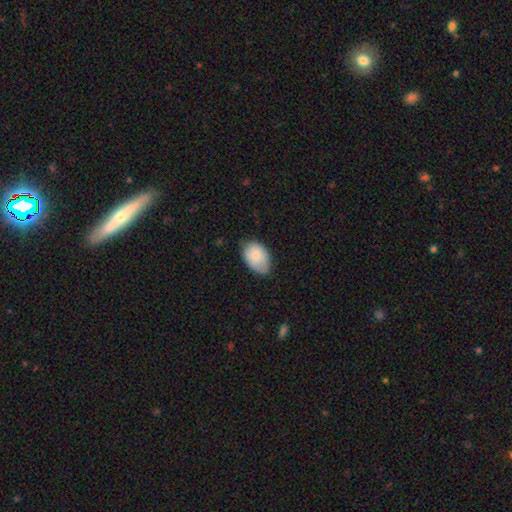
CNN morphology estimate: Overall: smooth (81%). How rounded: in between (88%). Merging: none (65%; minor disturbance 29%).